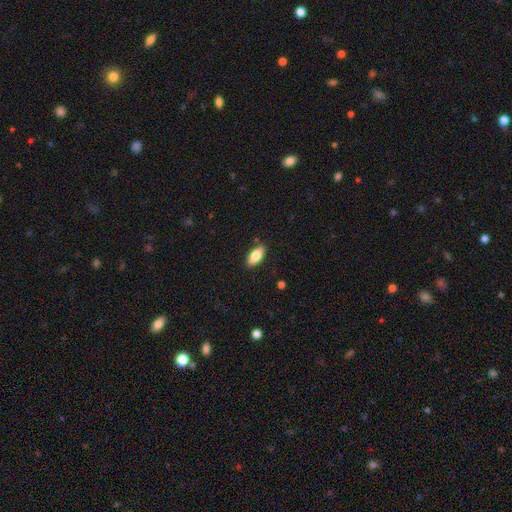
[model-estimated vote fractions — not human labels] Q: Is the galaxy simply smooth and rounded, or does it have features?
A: smooth — 78%.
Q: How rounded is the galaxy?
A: in between — 85%.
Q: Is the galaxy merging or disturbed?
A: none — 87%.